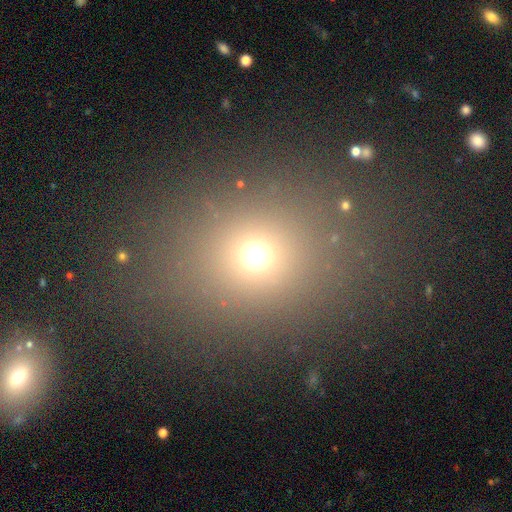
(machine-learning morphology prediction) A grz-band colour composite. It shows a smooth galaxy with no disk features (67%) that is round (70%). Merging: none (80%).